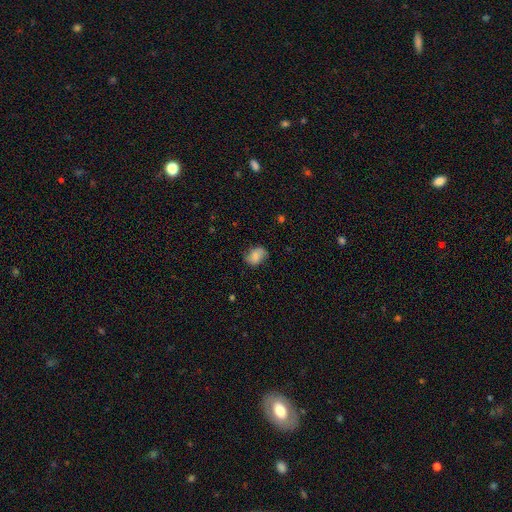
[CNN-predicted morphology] The model was most divided on "merging": none: 71%, minor disturbance: 22%, major disturbance: 5%, merger: 1%. More confident: how rounded — in between (75%); smooth or featured — smooth (71%).